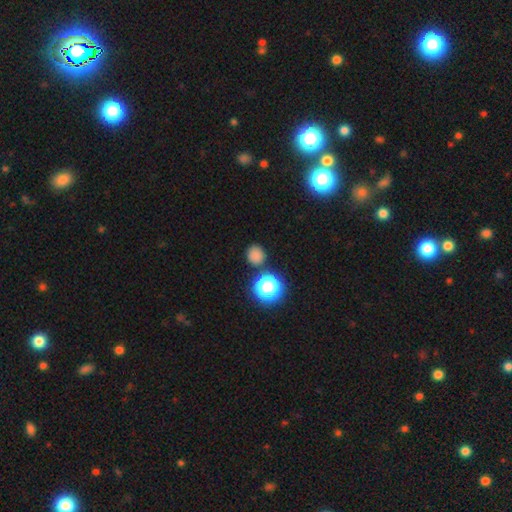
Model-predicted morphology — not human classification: A smooth galaxy with no disk features (76%) that is round (89%). Merging: none (83%).